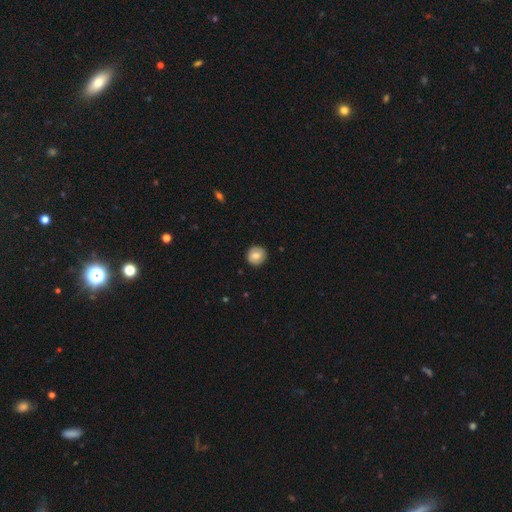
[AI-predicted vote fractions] smooth-or-featured: smooth: 73% | featured or disk: 19% | star or artifact: 8%
  how-rounded: round: 93% | in between: 6% | cigar-shaped: 1%
  merging: none: 90% | minor disturbance: 7% | major disturbance: 2% | merger: 1%